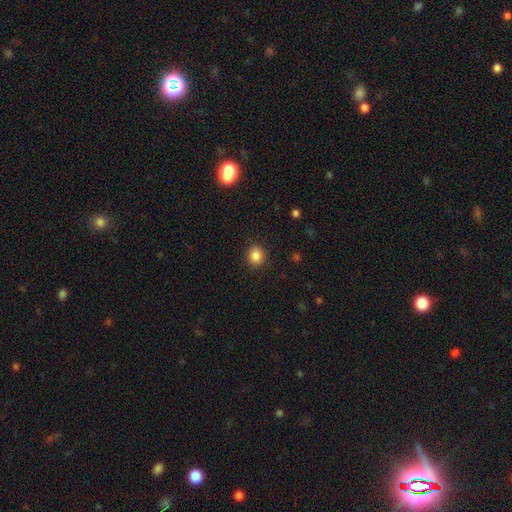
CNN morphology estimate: This appears to be a smooth galaxy with no disk features (85%) that is round (82%). Merging: none (91%).